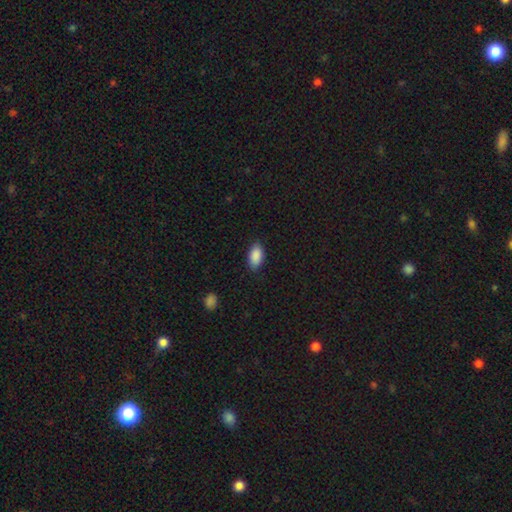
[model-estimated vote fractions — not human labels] Q: Smooth or featured?
A: smooth (90%); runner-up: star or artifact (7%)
Q: How rounded?
A: in between (93%); runner-up: round (4%)
Q: Merging?
A: none (84%); runner-up: minor disturbance (12%)